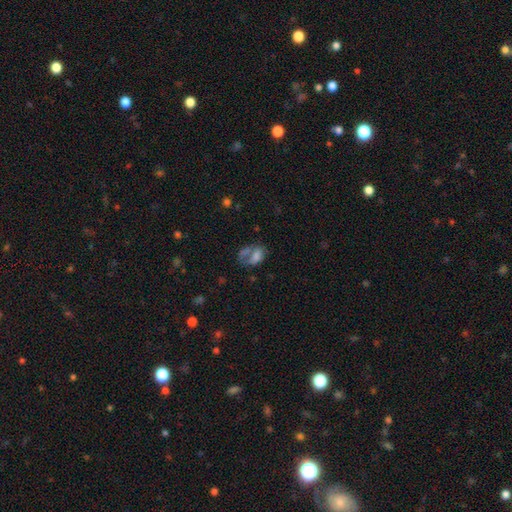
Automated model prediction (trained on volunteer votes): Morphology: type=smooth (54%); roundness=in between (83%); merging=merger (30%).